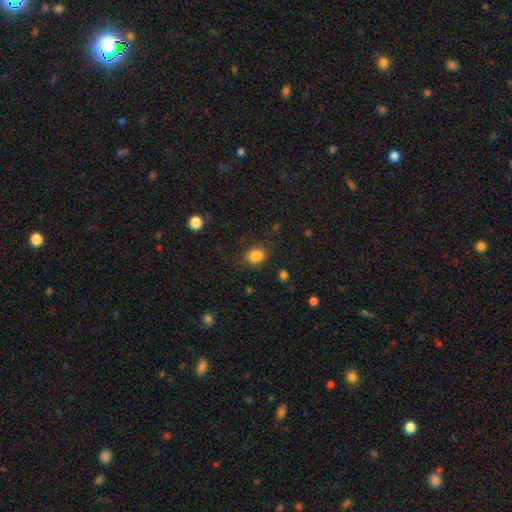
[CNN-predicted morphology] smooth_or_featured: smooth (p=0.83) [alt: star or artifact p=0.12]
how_rounded: in between (p=0.50) [alt: round p=0.49]
merging: none (p=0.70) [alt: minor disturbance p=0.19]